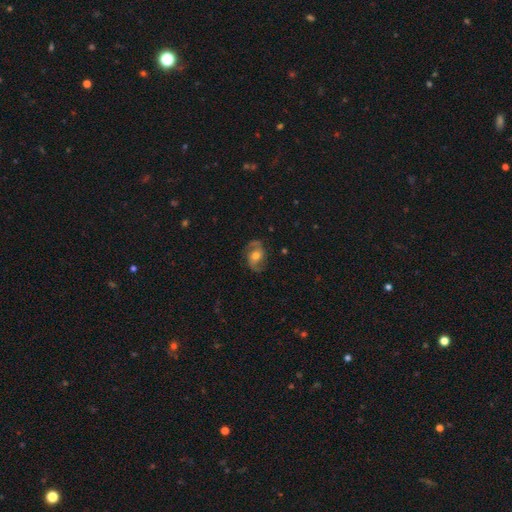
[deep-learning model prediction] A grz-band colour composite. It shows a featured or disk galaxy (79%) with no bar (58%), 2 (91%) medium (49%) spiral arms (93%) and a moderate central bulge (70%). Merging: none (79%).